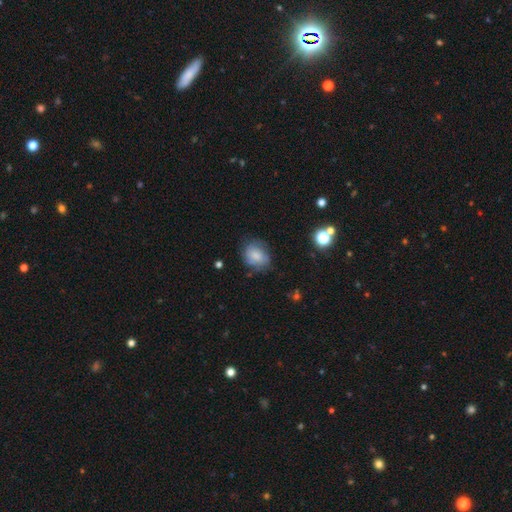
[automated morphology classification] This appears to be a smooth galaxy with no disk features (72%) that is in between round and cigar-shaped (50%). Merging: none (64%).